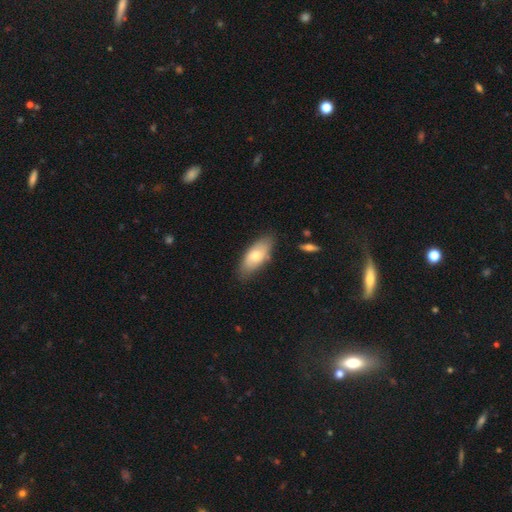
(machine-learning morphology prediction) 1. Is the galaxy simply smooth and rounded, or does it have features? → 68% smooth, 26% featured or disk, 6% star or artifact.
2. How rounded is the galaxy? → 87% in between, 10% cigar-shaped, 3% round.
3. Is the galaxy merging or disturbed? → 77% none, 17% minor disturbance, 3% major disturbance, 3% merger.